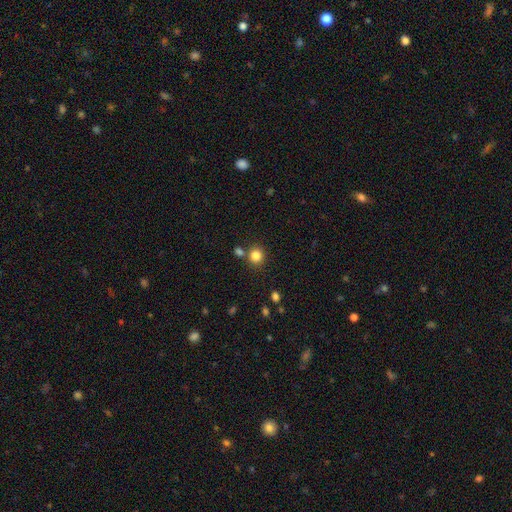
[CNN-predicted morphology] A smooth galaxy with no disk features (83%) that is round (88%). Merging: none (75%).